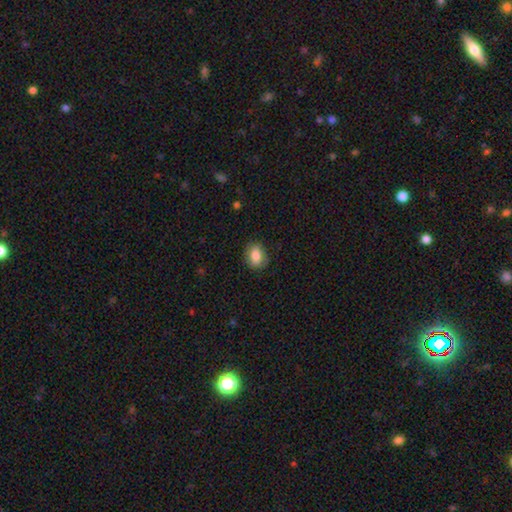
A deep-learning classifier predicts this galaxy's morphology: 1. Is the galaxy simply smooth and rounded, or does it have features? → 84% smooth, 8% star or artifact, 8% featured or disk.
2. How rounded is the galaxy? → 63% in between, 36% round, 1% cigar-shaped.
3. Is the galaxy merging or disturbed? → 83% none, 13% minor disturbance, 3% major disturbance, 1% merger.